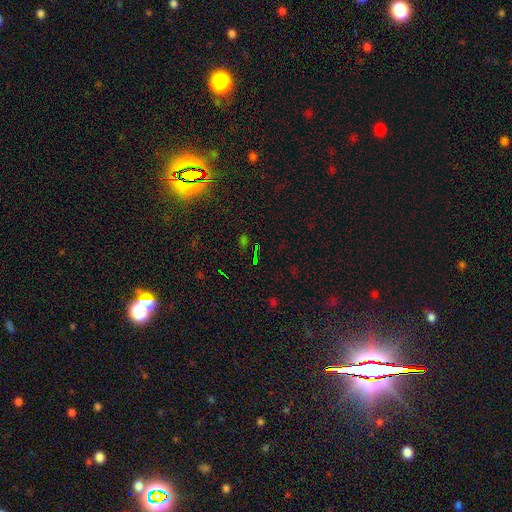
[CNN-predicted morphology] smooth_or_featured: star or artifact (p=0.72) [alt: smooth p=0.17]